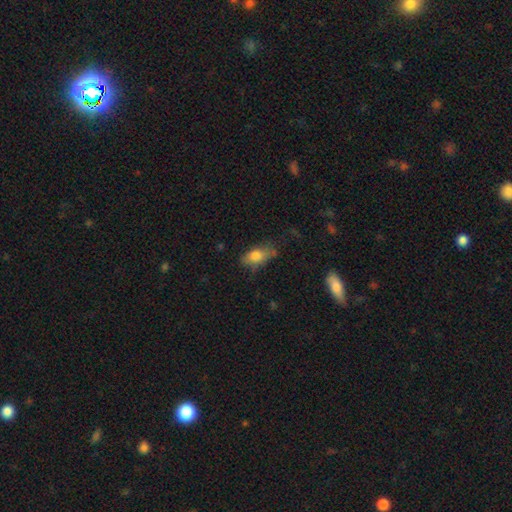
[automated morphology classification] A smooth galaxy with no disk features (77%) that is in between round and cigar-shaped (86%).

Vote fractions:
- Smooth or featured? smooth: 77% / featured or disk: 14% / star or artifact: 9%
- How rounded? in between: 86% / cigar-shaped: 7% / round: 6%
- Merging? none: 54% / minor disturbance: 30% / major disturbance: 12% / merger: 4%